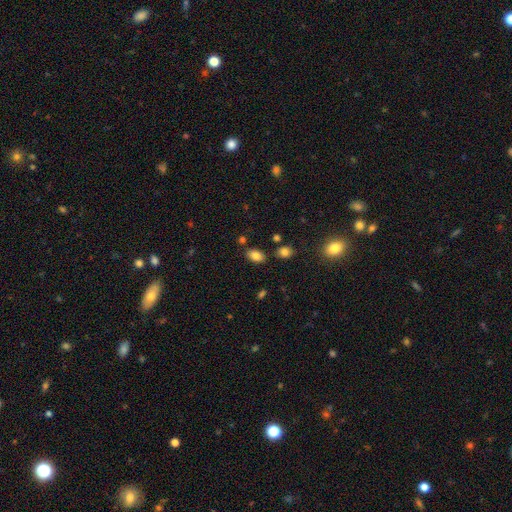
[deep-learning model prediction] smooth-or-featured: smooth: 83% | star or artifact: 10% | featured or disk: 7%
  how-rounded: in between: 88% | round: 11% | cigar-shaped: 2%
  merging: none: 81% | minor disturbance: 11% | merger: 5% | major disturbance: 3%